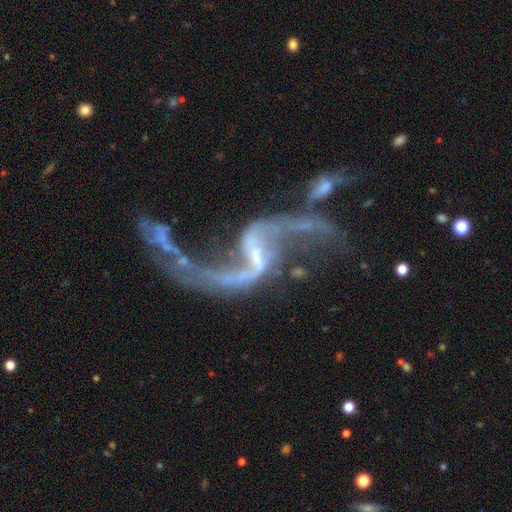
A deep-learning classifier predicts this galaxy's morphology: A featured or disk galaxy (90%) with a weak bar (43%), 2 (92%) loose (92%) spiral arms (93%) and a small central bulge (60%). Merging: none (32%).